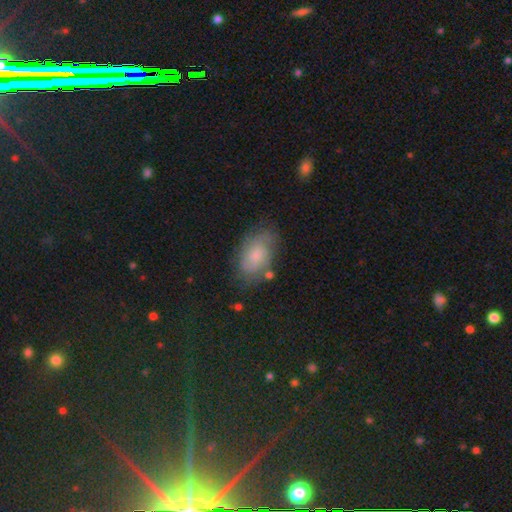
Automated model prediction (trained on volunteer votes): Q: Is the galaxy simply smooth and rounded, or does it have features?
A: smooth — 51%.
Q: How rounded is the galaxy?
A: in between — 90%.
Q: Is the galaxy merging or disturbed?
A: none — 65%.